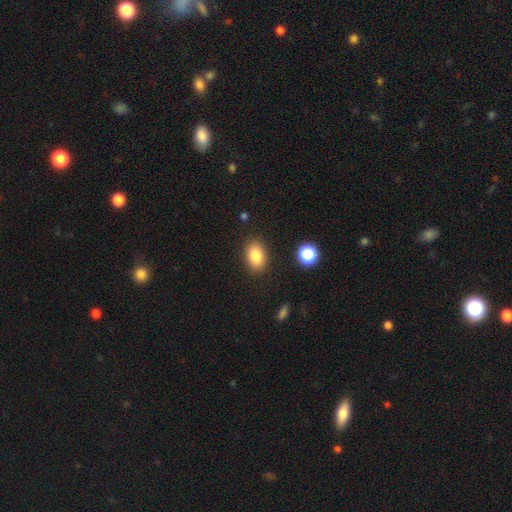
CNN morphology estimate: Overall: smooth (84%). How rounded: in between (86%). Merging: none (87%).